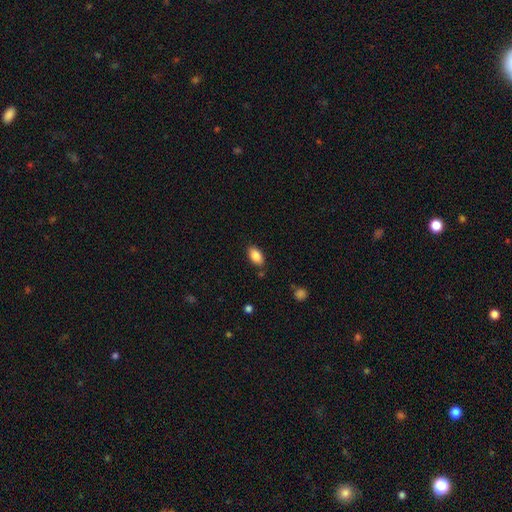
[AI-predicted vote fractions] smooth_or_featured: smooth (p=0.87) [alt: star or artifact p=0.08]
how_rounded: in between (p=0.92) [alt: round p=0.05]
merging: none (p=0.83) [alt: minor disturbance p=0.11]